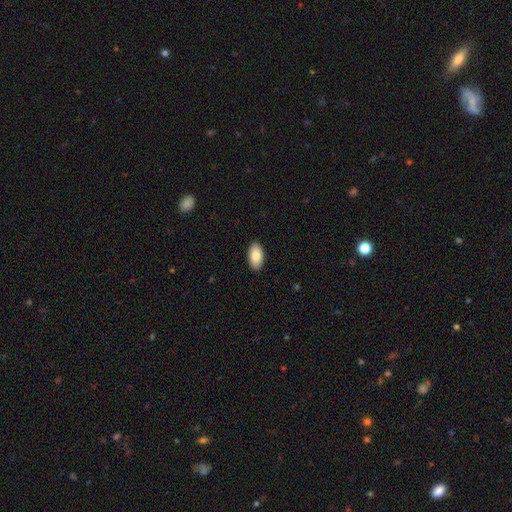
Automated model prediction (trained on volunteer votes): A smooth galaxy with no disk features (84%) that is in between round and cigar-shaped (95%).

Vote fractions:
- Smooth or featured? smooth: 84% / featured or disk: 9% / star or artifact: 6%
- How rounded? in between: 95% / round: 3% / cigar-shaped: 2%
- Merging? none: 90% / minor disturbance: 7% / major disturbance: 2% / merger: 1%